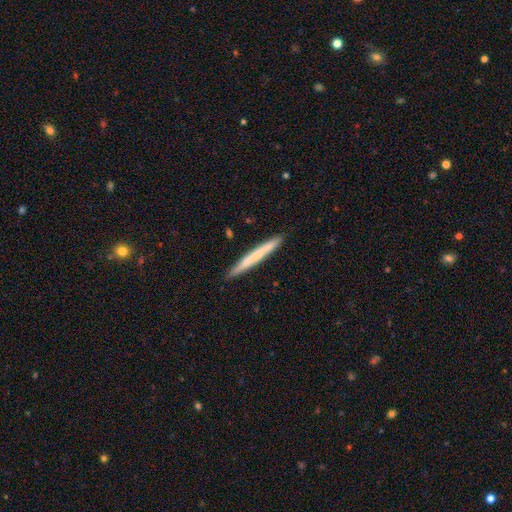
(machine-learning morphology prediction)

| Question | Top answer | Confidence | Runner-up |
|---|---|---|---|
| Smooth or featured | smooth | 61% | featured or disk (33%) |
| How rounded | cigar-shaped | 97% | in between (2%) |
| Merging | none | 91% | minor disturbance (7%) |